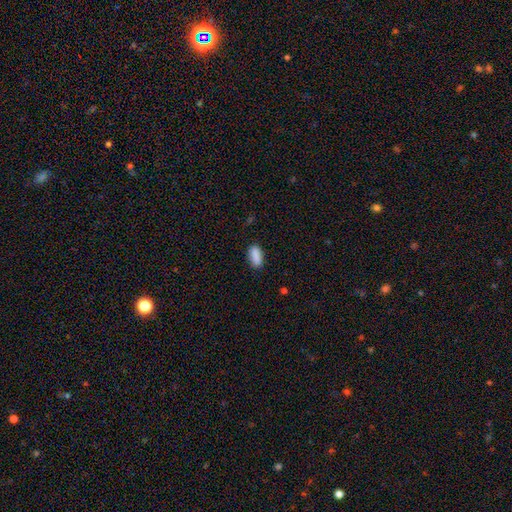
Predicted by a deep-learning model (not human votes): Smooth or featured? smooth (88%)
How rounded? in between (82%)
Merging? none (84%)